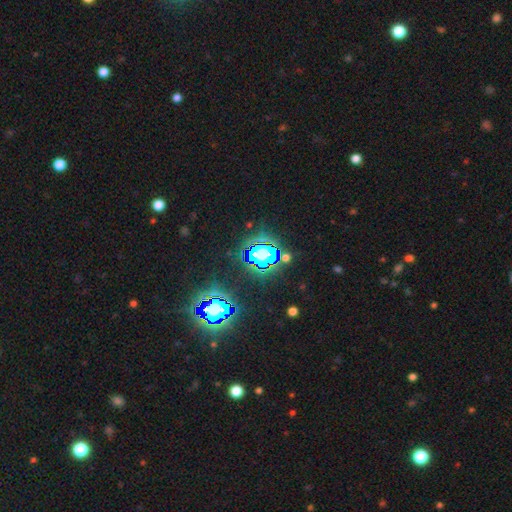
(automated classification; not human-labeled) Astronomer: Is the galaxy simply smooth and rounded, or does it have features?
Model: star or artifact — 82%.